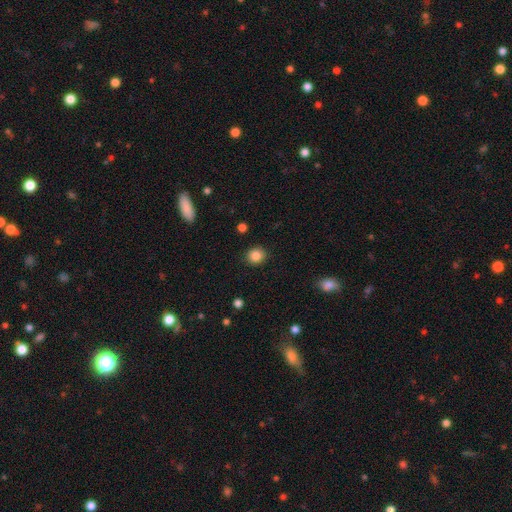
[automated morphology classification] A smooth galaxy with no disk features (86%) that is round (84%). Merging: none (90%).